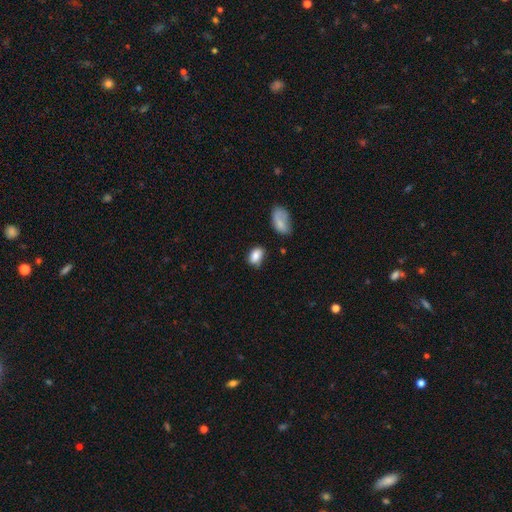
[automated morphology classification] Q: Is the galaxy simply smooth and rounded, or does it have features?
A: smooth — 84%.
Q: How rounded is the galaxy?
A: in between — 85%.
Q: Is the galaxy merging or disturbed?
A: none — 63%.